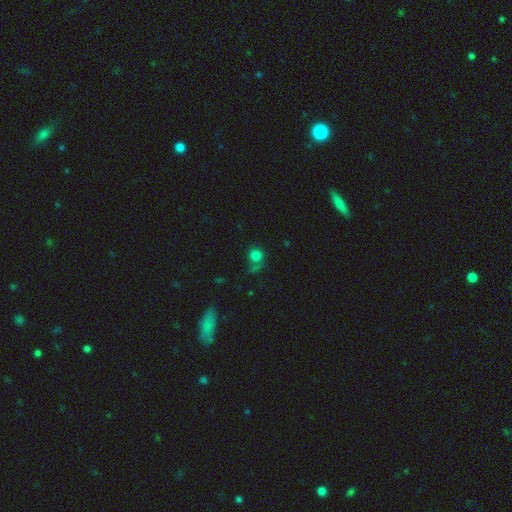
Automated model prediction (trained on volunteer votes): Smooth or featured? Predicted: smooth (p=0.75). How rounded? Predicted: round (p=0.83). Merging? Predicted: none (p=0.47).